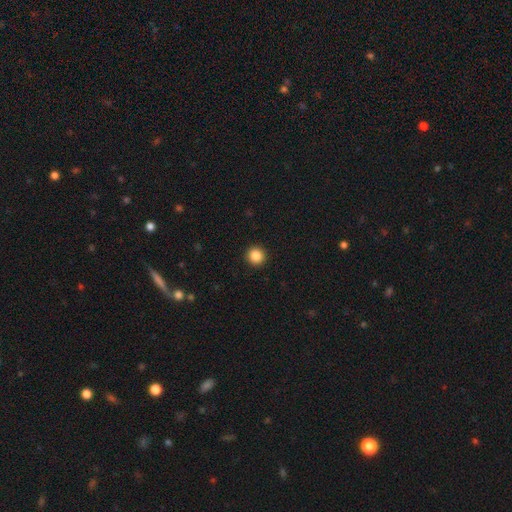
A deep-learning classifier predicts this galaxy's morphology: Smooth or featured: smooth — 86% (star or artifact — 10%)
How rounded: round — 95% (in between — 4%)
Merging: none — 93% (minor disturbance — 4%)